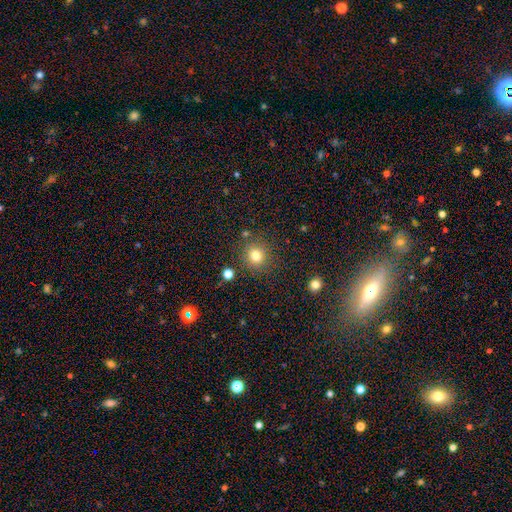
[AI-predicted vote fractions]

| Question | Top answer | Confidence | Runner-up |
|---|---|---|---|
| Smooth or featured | smooth | 80% | star or artifact (14%) |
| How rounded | round | 91% | in between (8%) |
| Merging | none | 85% | minor disturbance (8%) |